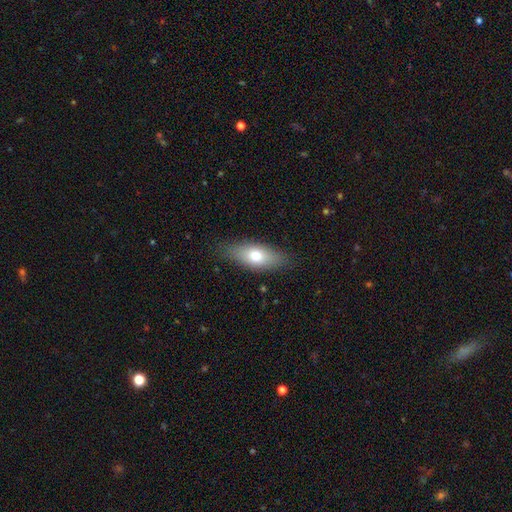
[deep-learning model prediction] The model was most divided on "smooth or featured": smooth: 71%, featured or disk: 22%, star or artifact: 7%. More confident: merging — none (83%); how rounded — in between (77%).